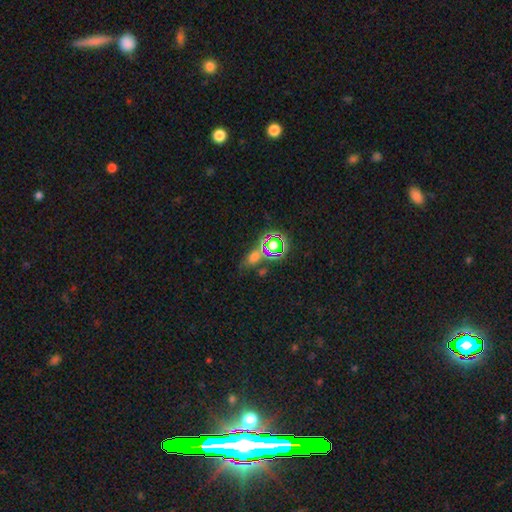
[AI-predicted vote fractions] smooth_or_featured: star or artifact (p=0.57) [alt: smooth p=0.31]